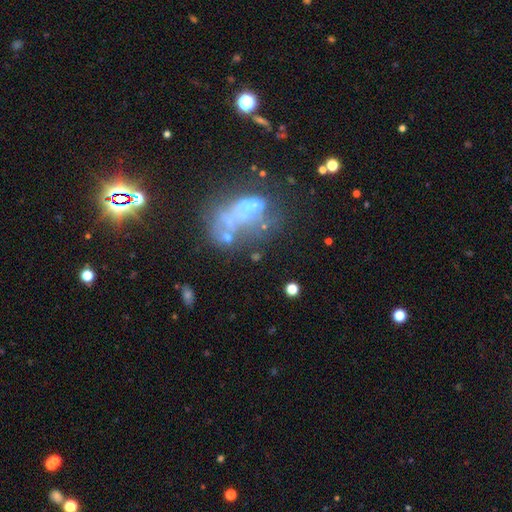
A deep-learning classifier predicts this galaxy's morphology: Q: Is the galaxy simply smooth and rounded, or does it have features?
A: featured or disk — 55%.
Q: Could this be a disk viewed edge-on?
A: no — 97%.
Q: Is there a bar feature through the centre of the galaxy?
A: no — 94%.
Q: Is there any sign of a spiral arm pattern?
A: no — 95%.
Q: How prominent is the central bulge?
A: none — 74%.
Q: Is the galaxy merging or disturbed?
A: merger — 30%.